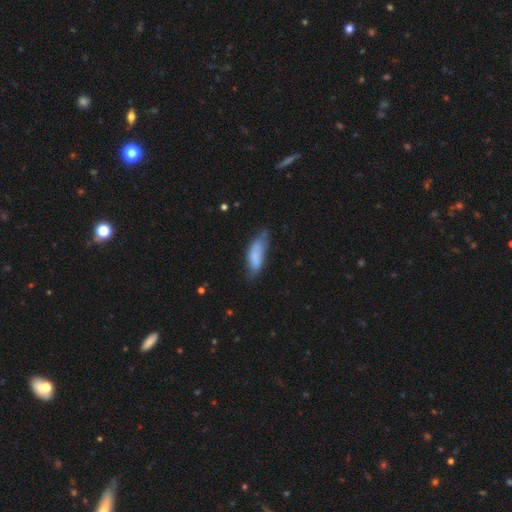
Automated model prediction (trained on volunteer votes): Q: Smooth or featured?
A: smooth (76%); runner-up: featured or disk (17%)
Q: How rounded?
A: in between (65%); runner-up: cigar-shaped (33%)
Q: Merging?
A: none (44%); runner-up: minor disturbance (38%)